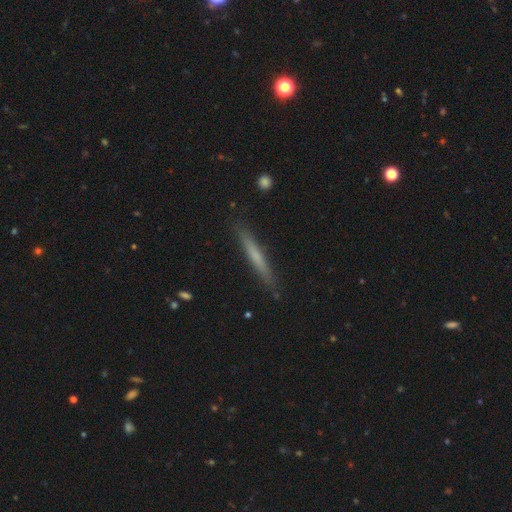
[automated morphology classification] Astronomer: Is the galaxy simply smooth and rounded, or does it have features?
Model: smooth — 55% (runner-up: featured or disk, 38%).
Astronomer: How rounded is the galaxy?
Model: cigar-shaped — 96%.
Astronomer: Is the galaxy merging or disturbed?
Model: none — 89%.